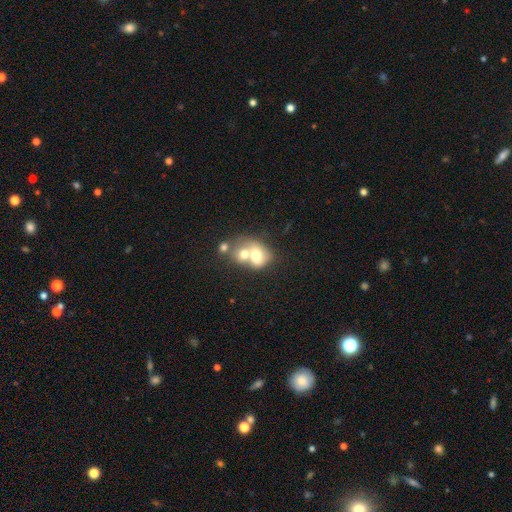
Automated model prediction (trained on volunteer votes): smooth 64%, featured or disk 26%, star or artifact 10%. Down the decision tree: how rounded — in between (51%); merging — merger (70%).